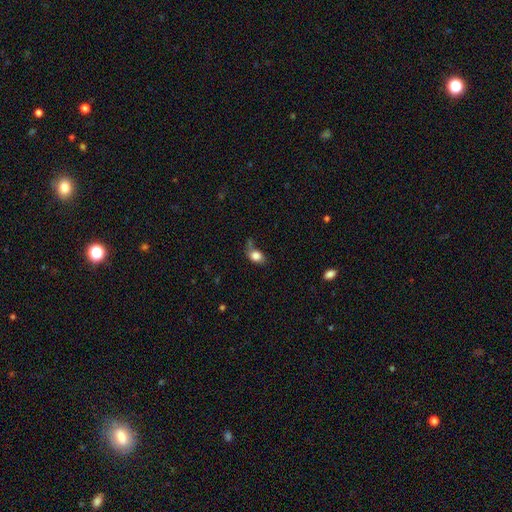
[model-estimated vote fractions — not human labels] Smooth or featured: smooth — 80% (featured or disk — 10%)
How rounded: in between — 72% (round — 26%)
Merging: none — 41% (minor disturbance — 29%)